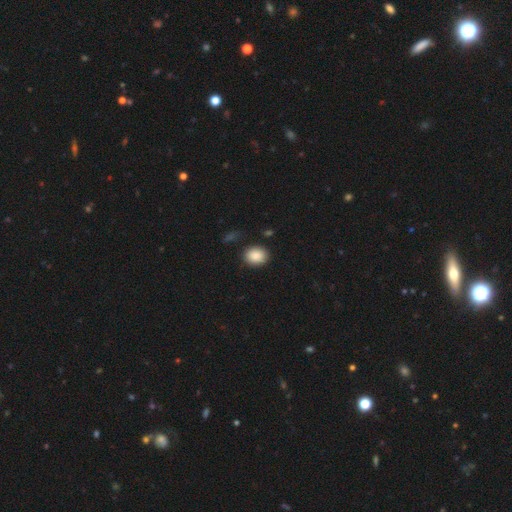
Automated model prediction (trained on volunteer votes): Q: Smooth or featured?
A: smooth (89%); runner-up: star or artifact (8%)
Q: How rounded?
A: round (56%); runner-up: in between (43%)
Q: Merging?
A: none (85%); runner-up: minor disturbance (10%)